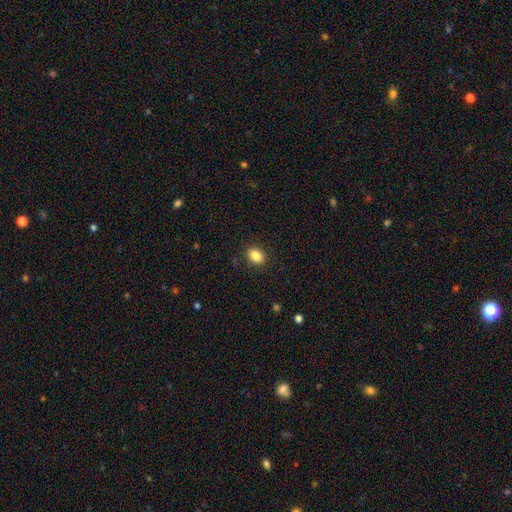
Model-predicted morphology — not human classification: A smooth galaxy with no disk features (87%) that is in between round and cigar-shaped (77%). Merging: none (88%).